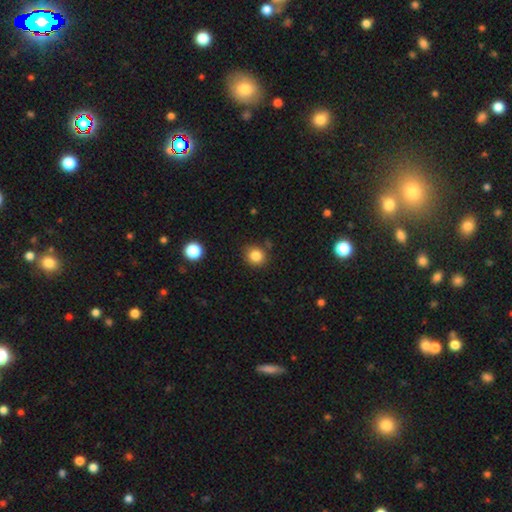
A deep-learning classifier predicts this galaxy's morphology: smooth_or_featured: smooth (p=0.83) [alt: star or artifact p=0.11]
how_rounded: round (p=0.82) [alt: in between p=0.17]
merging: none (p=0.85) [alt: minor disturbance p=0.10]